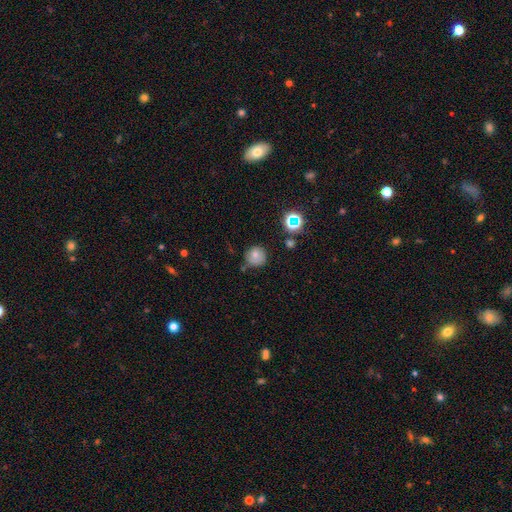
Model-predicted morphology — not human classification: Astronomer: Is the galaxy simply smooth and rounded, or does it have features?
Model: smooth — 71%.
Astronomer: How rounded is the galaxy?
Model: round — 90%.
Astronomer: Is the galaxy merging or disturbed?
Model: none — 68%.